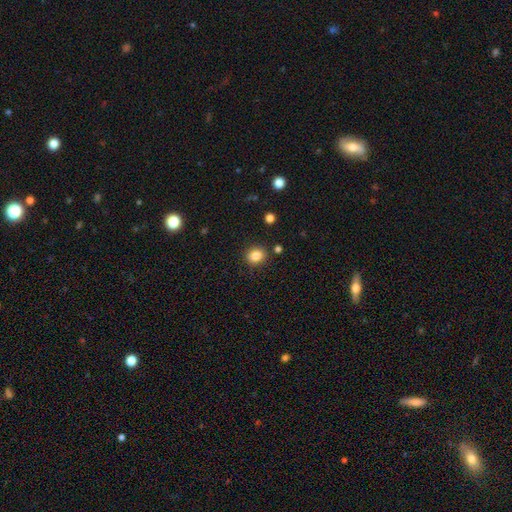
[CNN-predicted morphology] Q: Smooth or featured?
A: smooth (84%); runner-up: star or artifact (11%)
Q: How rounded?
A: round (72%); runner-up: in between (27%)
Q: Merging?
A: none (87%); runner-up: minor disturbance (8%)